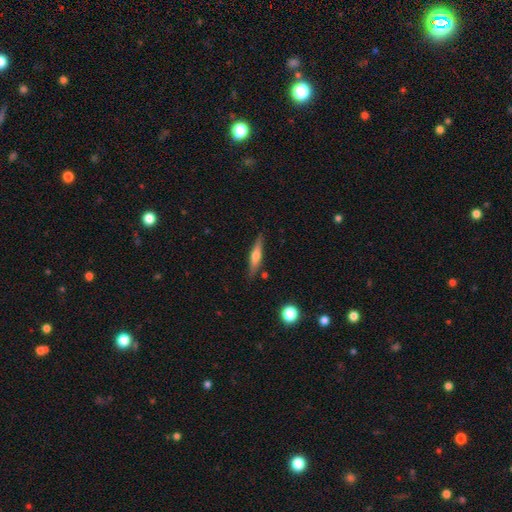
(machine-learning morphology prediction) Q: Smooth or featured?
A: featured or disk (48%); runner-up: smooth (45%)
Q: Merging?
A: none (84%); runner-up: minor disturbance (11%)